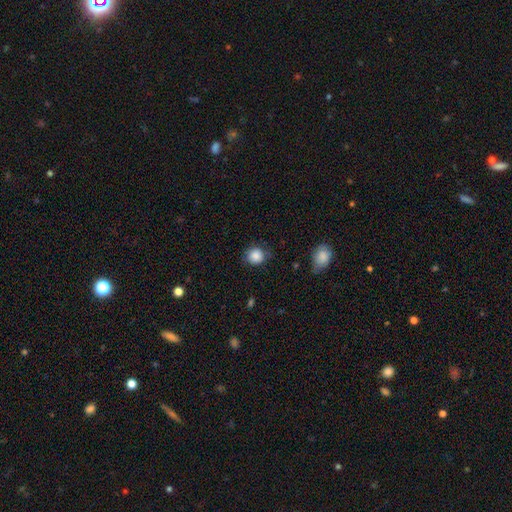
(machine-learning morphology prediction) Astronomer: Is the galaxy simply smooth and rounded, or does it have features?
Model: smooth — 86%.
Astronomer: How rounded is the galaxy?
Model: round — 83%.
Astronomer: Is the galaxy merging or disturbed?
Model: none — 74%.